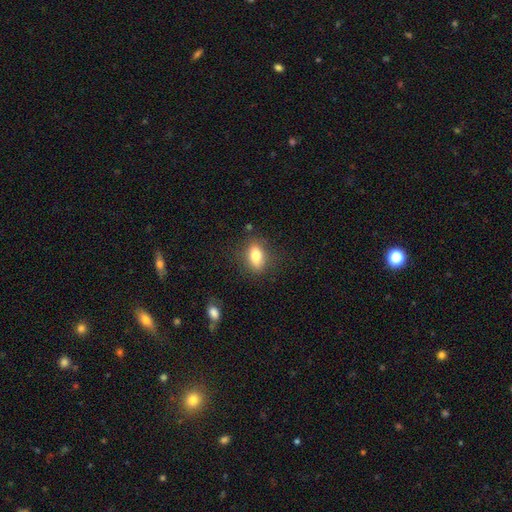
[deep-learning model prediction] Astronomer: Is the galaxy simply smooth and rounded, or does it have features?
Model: smooth — 81%.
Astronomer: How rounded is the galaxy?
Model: in between — 83%.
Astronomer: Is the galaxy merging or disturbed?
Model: none — 81%.